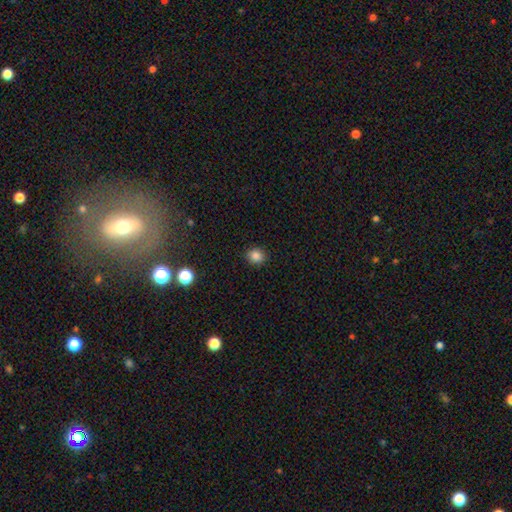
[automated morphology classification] smooth-or-featured: smooth: 85% | star or artifact: 12% | featured or disk: 3%
  how-rounded: round: 76% | in between: 23% | cigar-shaped: 1%
  merging: none: 90% | minor disturbance: 7% | major disturbance: 2% | merger: 1%